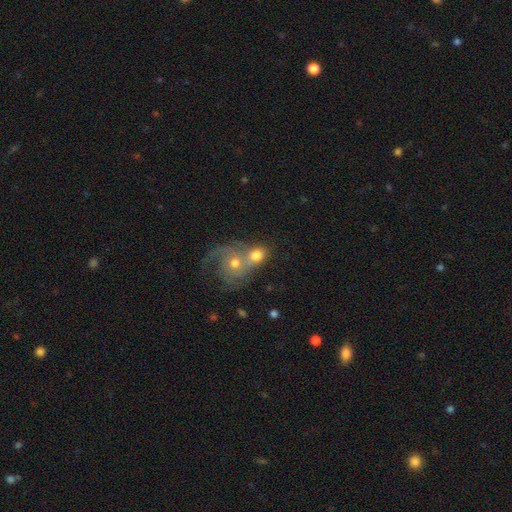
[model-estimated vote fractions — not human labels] smooth_or_featured: smooth (p=0.55) [alt: featured or disk p=0.35]
how_rounded: round (p=0.60) [alt: in between p=0.38]
merging: merger (p=0.68) [alt: none p=0.18]